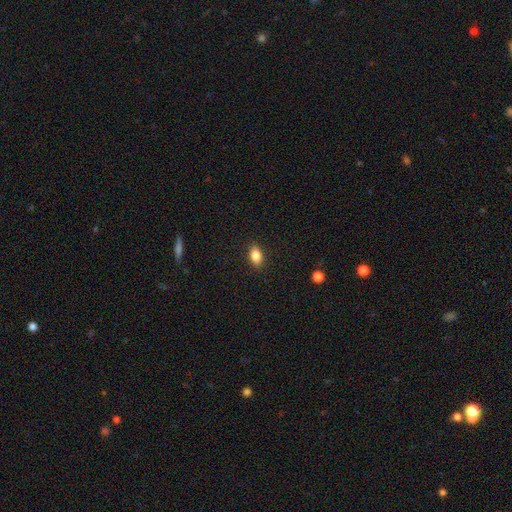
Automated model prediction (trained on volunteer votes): The model was most divided on "how rounded": in between: 85%, round: 11%, cigar-shaped: 3%. More confident: merging — none (88%); smooth or featured — smooth (83%).